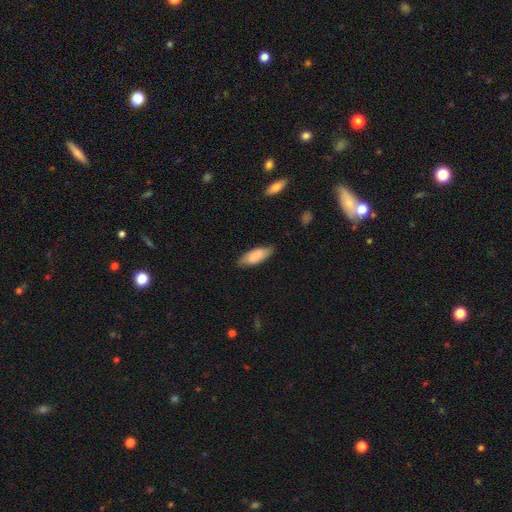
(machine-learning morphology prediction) Smooth or featured? Predicted: smooth (p=0.79). How rounded? Predicted: in between (p=0.69). Merging? Predicted: none (p=0.79).